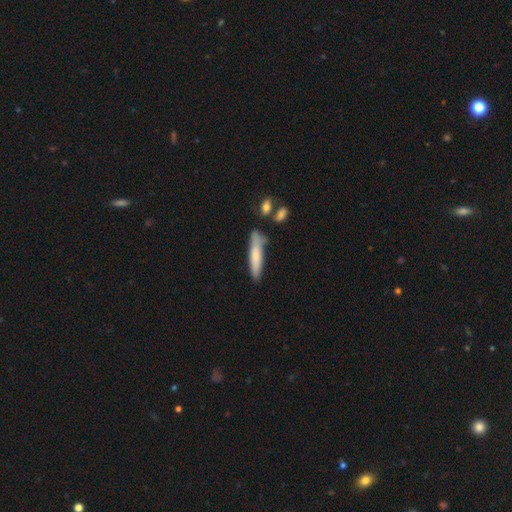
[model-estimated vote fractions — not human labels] Smooth or featured? smooth (72%)
How rounded? cigar-shaped (85%)
Merging? none (67%)